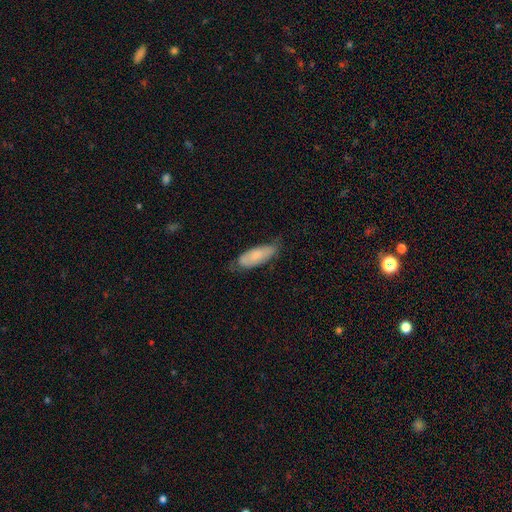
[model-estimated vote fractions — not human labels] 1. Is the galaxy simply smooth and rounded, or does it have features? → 71% smooth, 22% featured or disk, 7% star or artifact.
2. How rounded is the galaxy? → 69% in between, 30% cigar-shaped, 2% round.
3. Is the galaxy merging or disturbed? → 60% none, 31% minor disturbance, 7% major disturbance, 2% merger.